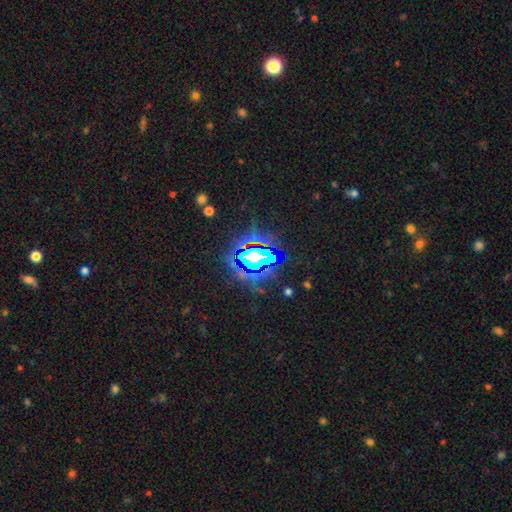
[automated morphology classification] type=star or artifact (64%).